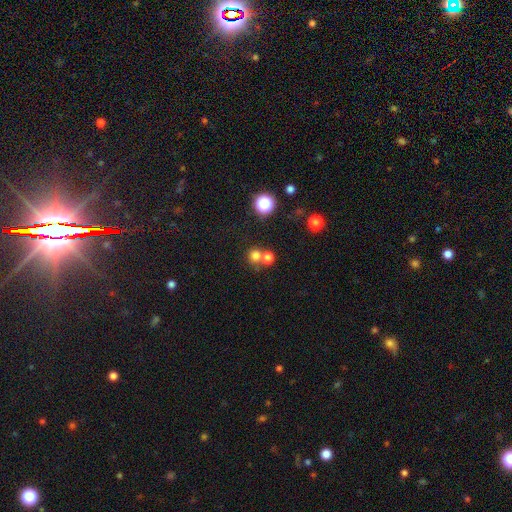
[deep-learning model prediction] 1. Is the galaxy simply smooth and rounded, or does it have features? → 74% smooth, 18% star or artifact, 8% featured or disk.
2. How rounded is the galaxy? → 89% round, 10% in between, 1% cigar-shaped.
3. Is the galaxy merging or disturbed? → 54% none, 36% merger, 6% minor disturbance, 3% major disturbance.